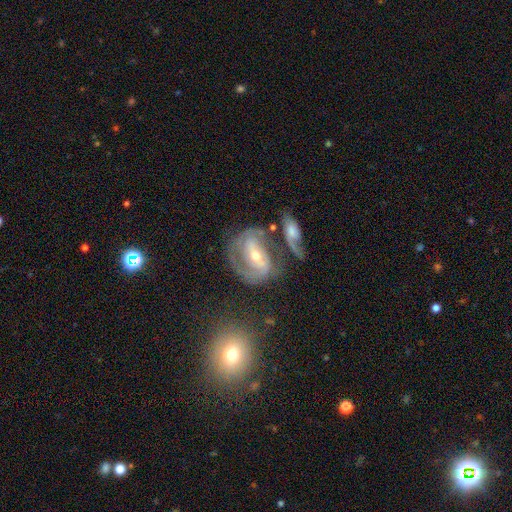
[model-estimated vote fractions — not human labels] This is clearly a featured or disk galaxy (81%). It is clearly not viewed edge-on (96%). Bar: marginally weak (38%). Spiral arm pattern: clearly yes (88%). Spiral arm count: likely 2 (68%). Spiral winding: marginally medium (43%). Central bulge: possibly moderate (48%, tied with small). Merging: possibly none (48%).